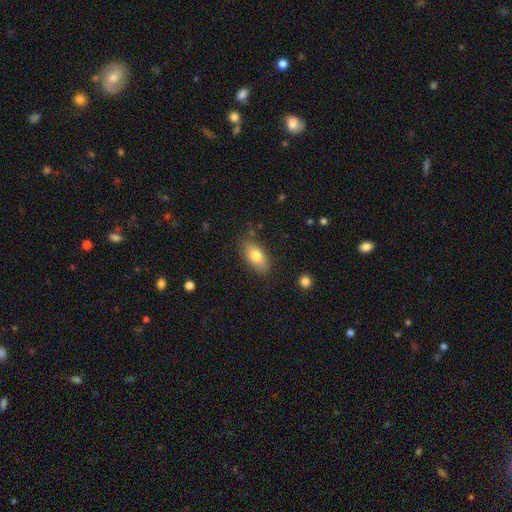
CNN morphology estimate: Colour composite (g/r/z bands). It shows a smooth galaxy with no disk features (76%) that is in between round and cigar-shaped (89%). Merging: none (82%).